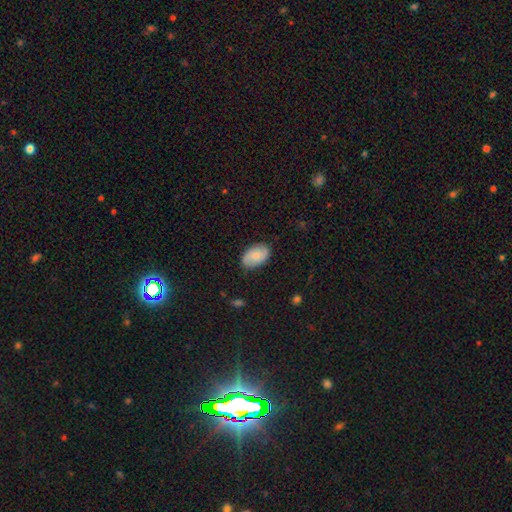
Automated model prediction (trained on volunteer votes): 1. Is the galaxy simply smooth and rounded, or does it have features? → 70% smooth, 23% featured or disk, 7% star or artifact.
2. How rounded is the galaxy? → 91% in between, 7% round, 1% cigar-shaped.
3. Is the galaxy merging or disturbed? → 81% none, 15% minor disturbance, 3% major disturbance, 1% merger.